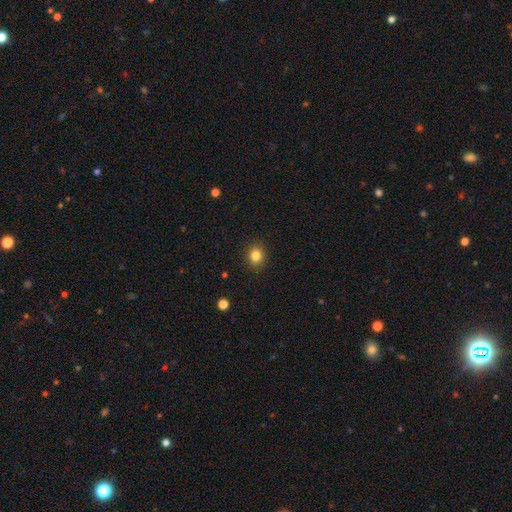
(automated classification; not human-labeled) The model was most divided on "how rounded": round: 74%, in between: 25%, cigar-shaped: 1%. More confident: merging — none (90%); smooth or featured — smooth (84%).